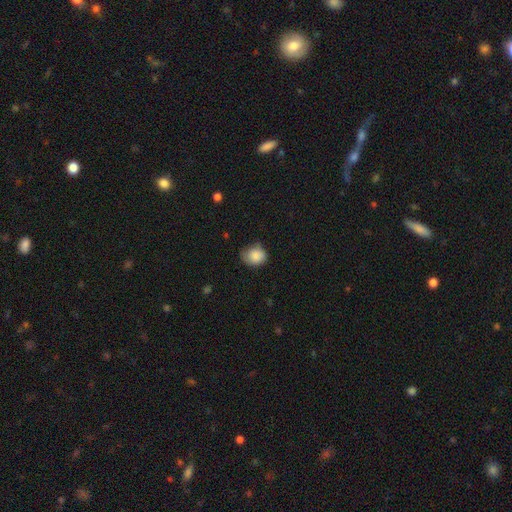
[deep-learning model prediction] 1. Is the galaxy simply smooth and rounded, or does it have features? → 85% smooth, 8% star or artifact, 7% featured or disk.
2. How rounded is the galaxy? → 62% round, 37% in between, 1% cigar-shaped.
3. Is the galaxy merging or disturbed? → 53% none, 37% minor disturbance, 9% major disturbance, 2% merger.